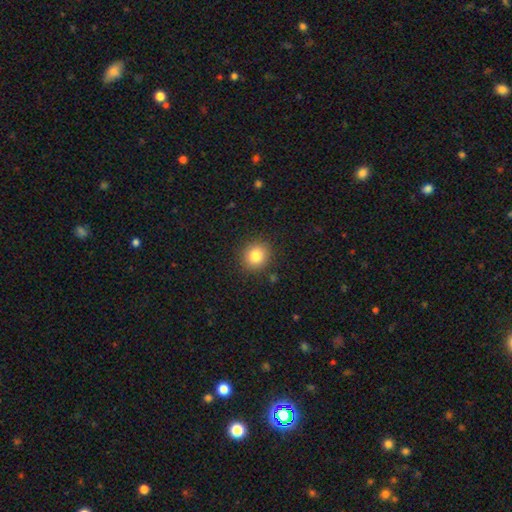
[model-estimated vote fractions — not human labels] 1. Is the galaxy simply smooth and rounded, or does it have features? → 83% smooth, 10% star or artifact, 7% featured or disk.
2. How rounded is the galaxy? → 81% round, 19% in between, 1% cigar-shaped.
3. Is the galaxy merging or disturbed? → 89% none, 8% minor disturbance, 2% major disturbance, 1% merger.